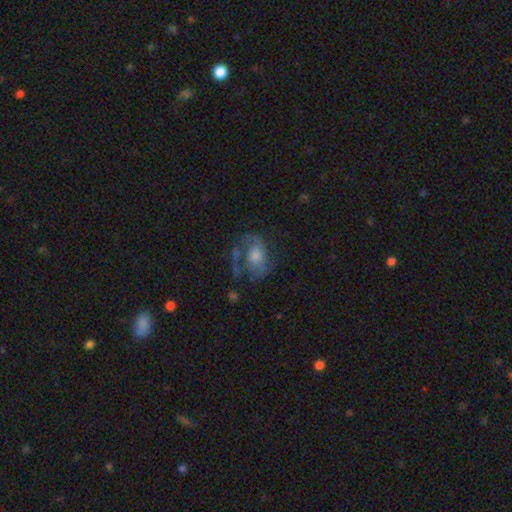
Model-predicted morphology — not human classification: smooth_or_featured: featured or disk (p=0.64) [alt: smooth p=0.26]
disk_edge_on: no (p=0.97) [alt: yes p=0.03]
bar: no (p=0.70) [alt: weak p=0.25]
has_spiral_arms: yes (p=0.79) [alt: no p=0.21]
bulge_size: moderate (p=0.52) [alt: large p=0.22]
merging: none (p=0.47) [alt: major disturbance p=0.26]